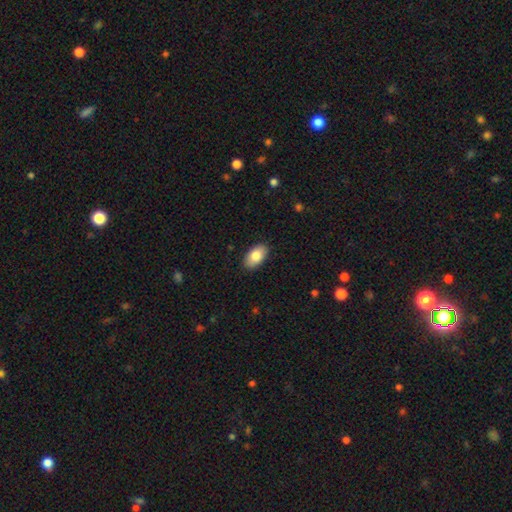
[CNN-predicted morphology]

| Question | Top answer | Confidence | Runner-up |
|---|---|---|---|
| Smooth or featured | smooth | 82% | featured or disk (11%) |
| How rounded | in between | 94% | round (4%) |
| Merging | none | 89% | minor disturbance (9%) |